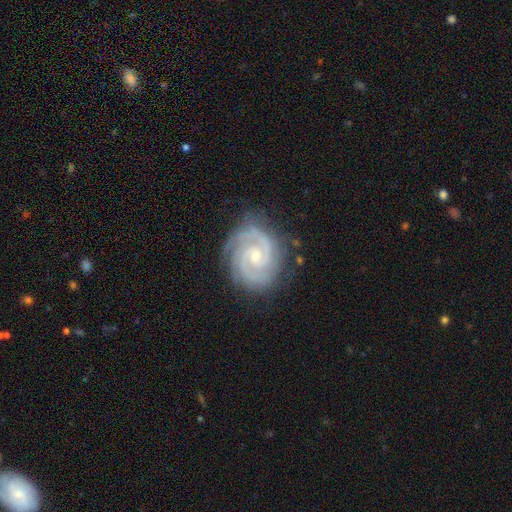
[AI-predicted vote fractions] Morphology: type=featured or disk (93%); edge-on=no (98%); bar=no (55%); spiral arms=yes (99%); winding=tight (72%); arm count=2 (67%); bulge=small (63%); merging=none (80%).